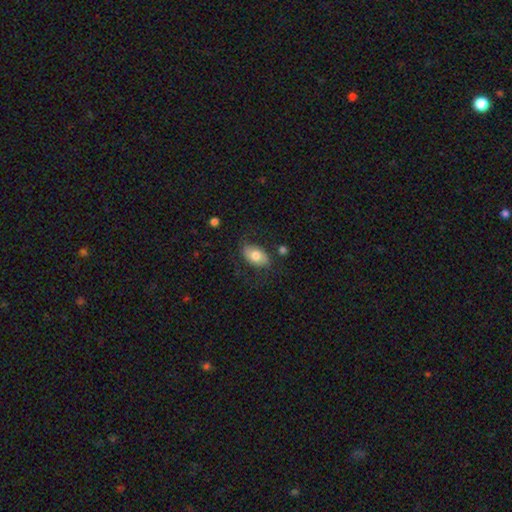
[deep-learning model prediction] This is likely a smooth galaxy (72%). How rounded: clearly in between (91%). Merging: likely none (72%).